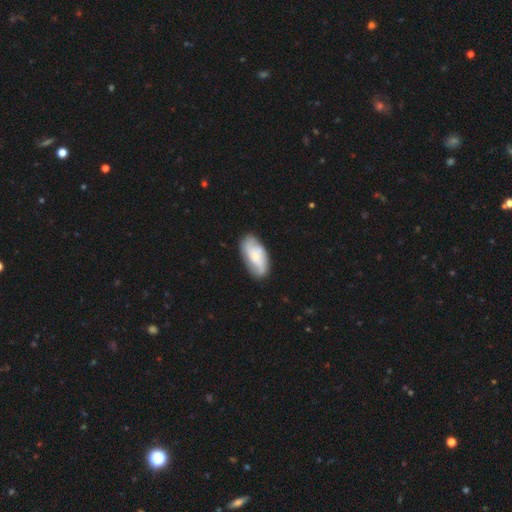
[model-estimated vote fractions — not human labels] smooth_or_featured: featured or disk (p=0.55) [alt: smooth p=0.39]
disk_edge_on: no (p=0.94) [alt: yes p=0.06]
bar: no (p=0.64) [alt: weak p=0.29]
has_spiral_arms: yes (p=0.86) [alt: no p=0.14]
bulge_size: small (p=0.55) [alt: moderate p=0.35]
merging: none (p=0.76) [alt: minor disturbance p=0.17]